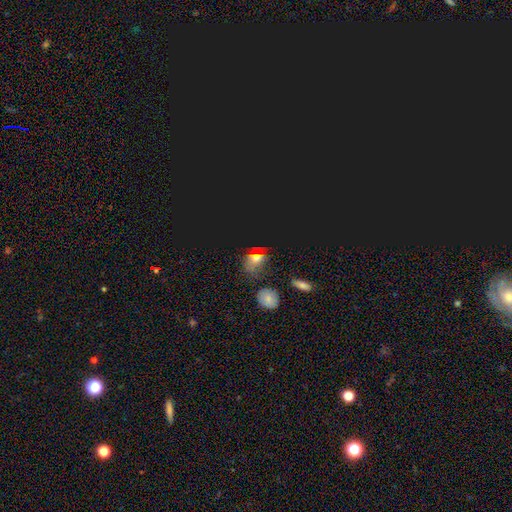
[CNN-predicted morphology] Q: Smooth or featured?
A: star or artifact (59%); runner-up: smooth (30%)